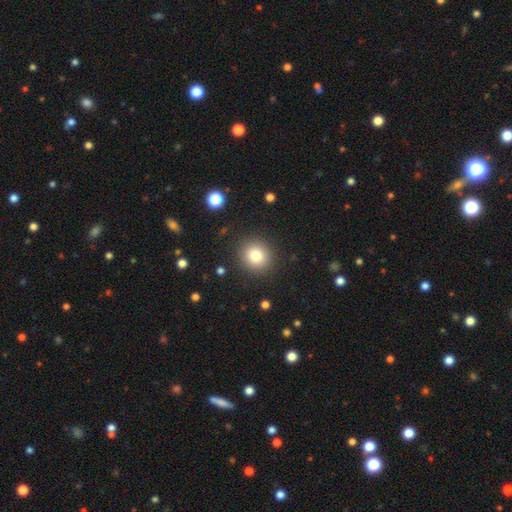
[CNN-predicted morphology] smooth 80%, star or artifact 12%, featured or disk 9%. Down the decision tree: how rounded — round (89%); merging — none (90%).